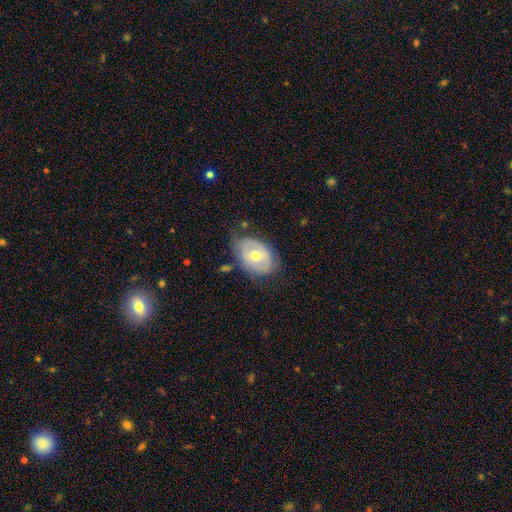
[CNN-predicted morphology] Smooth or featured?
  - smooth: 47% *
  - featured or disk: 46%
  - star or artifact: 7%
Merging?
  - none: 61% *
  - minor disturbance: 27%
  - major disturbance: 9%
  - merger: 3%